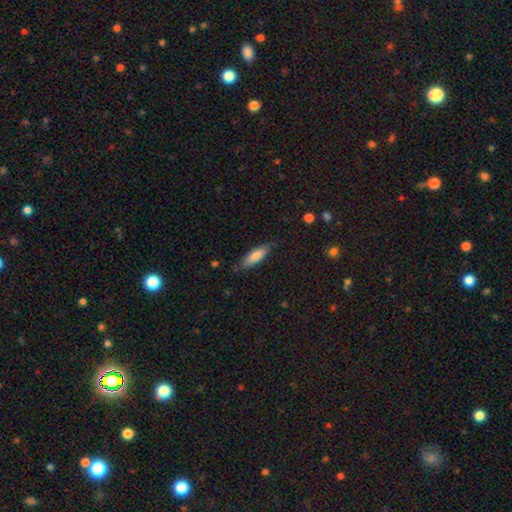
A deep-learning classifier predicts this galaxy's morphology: type=smooth (75%); roundness=cigar-shaped (54%); merging=none (79%).